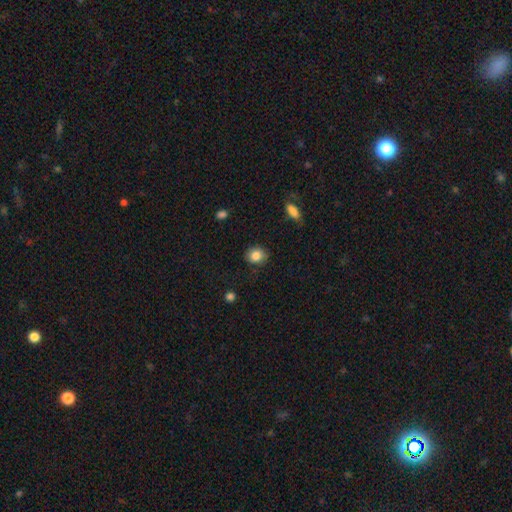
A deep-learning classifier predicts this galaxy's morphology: smooth 84%, star or artifact 9%, featured or disk 7%. Down the decision tree: how rounded — round (63%); merging — none (80%).